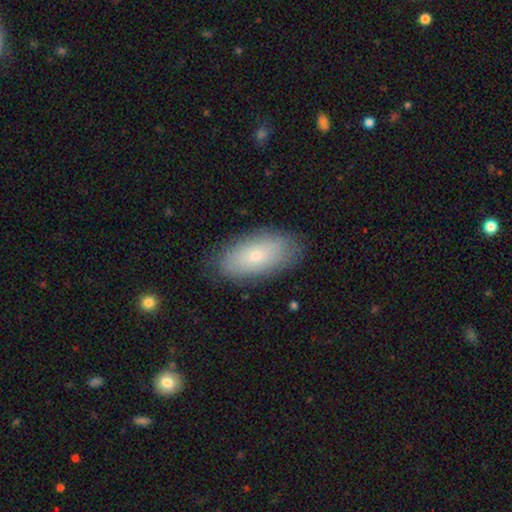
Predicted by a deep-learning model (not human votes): Smooth or featured? Predicted: smooth (p=0.69). How rounded? Predicted: in between (p=0.91). Merging? Predicted: none (p=0.82).